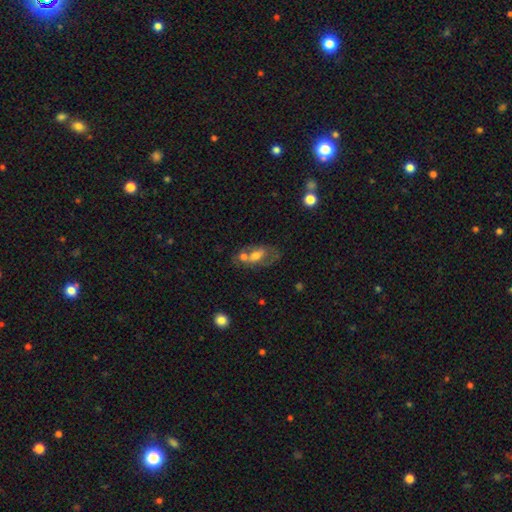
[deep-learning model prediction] A smooth galaxy with no disk features (51%) that is in between round and cigar-shaped (83%).

Vote fractions:
- Smooth or featured? smooth: 51% / featured or disk: 39% / star or artifact: 10%
- How rounded? in between: 83% / round: 12% / cigar-shaped: 5%
- Merging? merger: 39% / none: 33% / minor disturbance: 16% / major disturbance: 12%